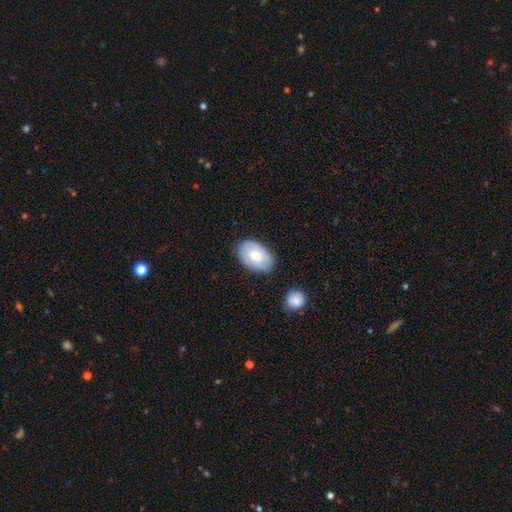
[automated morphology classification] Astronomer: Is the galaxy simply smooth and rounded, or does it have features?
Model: smooth — 54% (runner-up: featured or disk, 40%).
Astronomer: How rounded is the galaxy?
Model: in between — 87%.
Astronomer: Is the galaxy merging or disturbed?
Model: none — 76%.